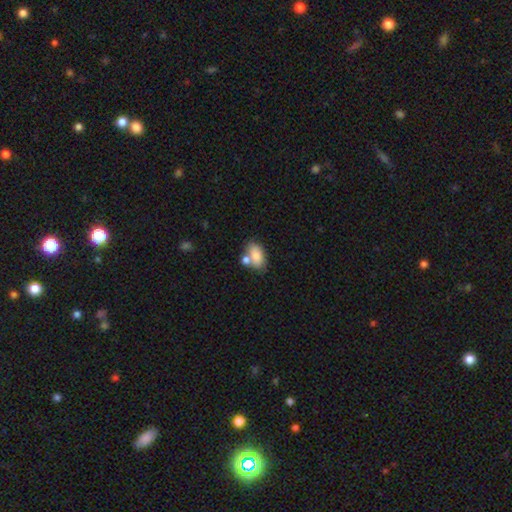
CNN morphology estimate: Smooth or featured? smooth (80%)
How rounded? in between (89%)
Merging? none (46%)